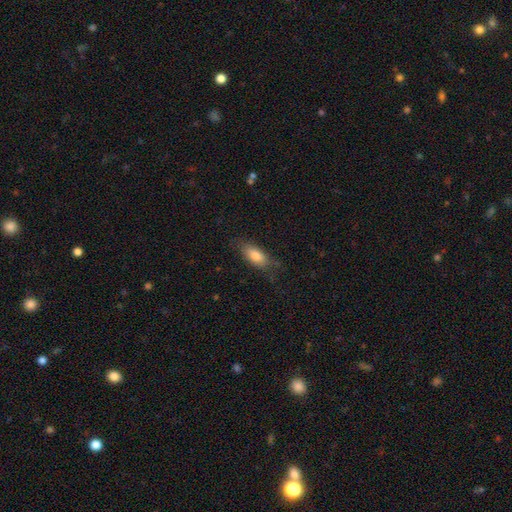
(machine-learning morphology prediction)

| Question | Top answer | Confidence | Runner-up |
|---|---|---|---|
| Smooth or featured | smooth | 78% | featured or disk (15%) |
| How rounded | in between | 79% | cigar-shaped (18%) |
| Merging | none | 73% | minor disturbance (20%) |